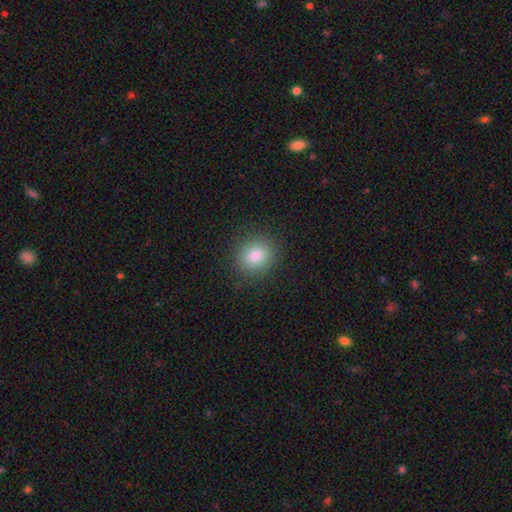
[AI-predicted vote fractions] This is clearly a smooth galaxy (84%). How rounded: likely round (73%). Merging: clearly none (89%).